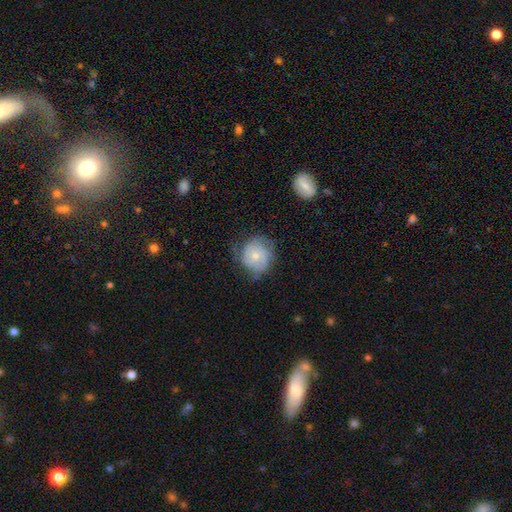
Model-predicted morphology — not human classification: smooth 52%, featured or disk 41%, star or artifact 7%. Down the decision tree: how rounded — round (86%); merging — none (59%).